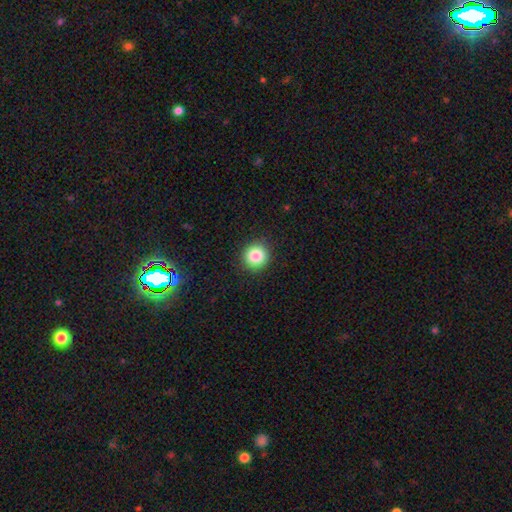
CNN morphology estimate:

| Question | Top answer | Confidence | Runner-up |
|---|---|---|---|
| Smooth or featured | smooth | 86% | star or artifact (10%) |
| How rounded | round | 93% | in between (6%) |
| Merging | none | 91% | minor disturbance (6%) |